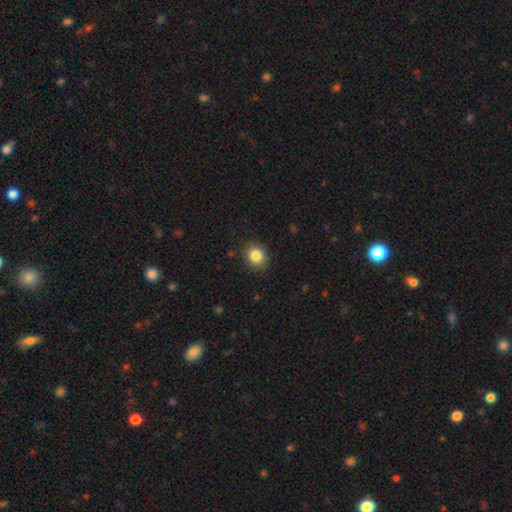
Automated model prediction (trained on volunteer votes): smooth-or-featured: smooth: 85% | star or artifact: 10% | featured or disk: 5%
  how-rounded: round: 57% | in between: 43% | cigar-shaped: 1%
  merging: none: 88% | minor disturbance: 9% | major disturbance: 2% | merger: 1%